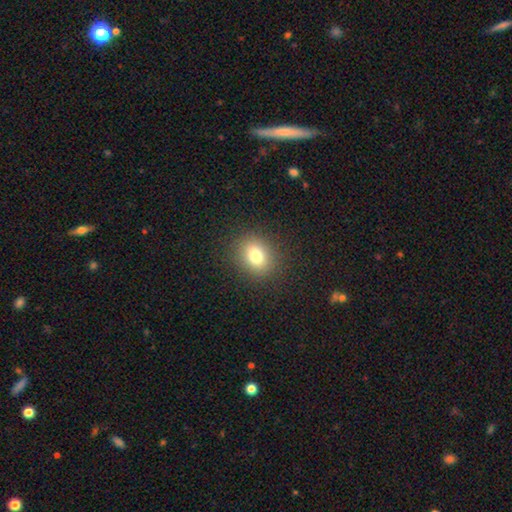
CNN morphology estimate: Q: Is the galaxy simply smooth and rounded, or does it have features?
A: smooth — 78%.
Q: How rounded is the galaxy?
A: round — 58%.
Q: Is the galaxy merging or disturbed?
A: none — 88%.